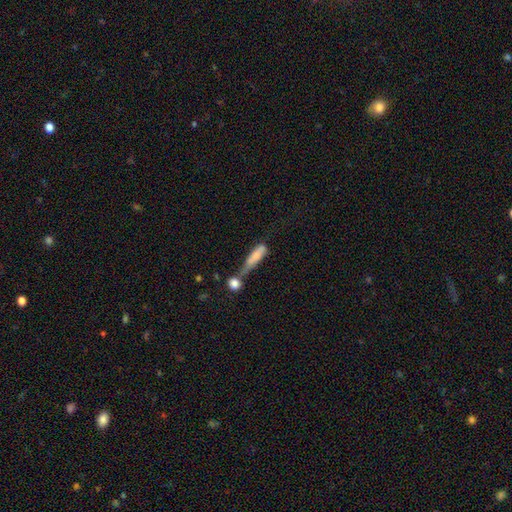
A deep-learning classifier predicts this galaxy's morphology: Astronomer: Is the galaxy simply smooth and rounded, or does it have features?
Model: smooth — 74%.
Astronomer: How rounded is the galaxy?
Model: cigar-shaped — 65%.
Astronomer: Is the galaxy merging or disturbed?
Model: merger — 39% (runner-up: none, 25%).